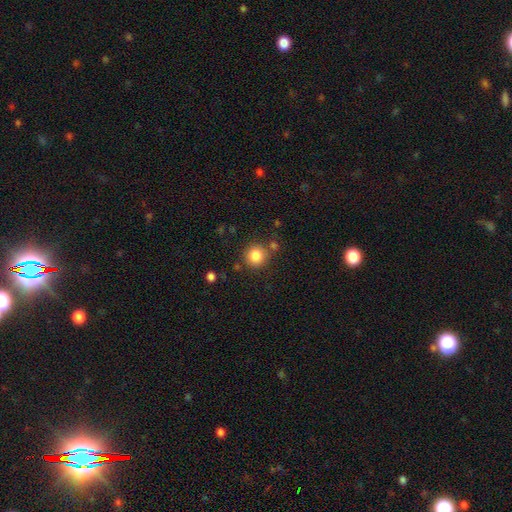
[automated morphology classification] This is clearly a smooth galaxy (84%). How rounded: clearly round (91%). Merging: clearly none (80%).